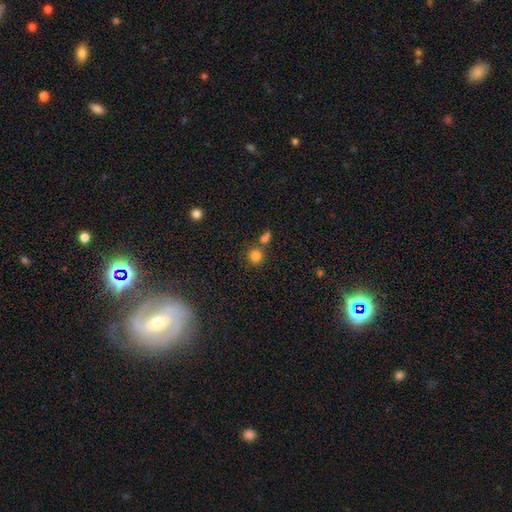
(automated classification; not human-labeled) Smooth or featured? Predicted: smooth (p=0.81). How rounded? Predicted: round (p=0.90). Merging? Predicted: none (p=0.70).